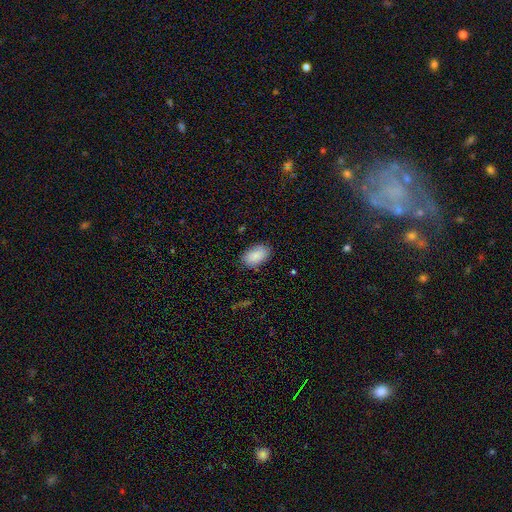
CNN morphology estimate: This appears to be a smooth galaxy with no disk features (88%) that is in between round and cigar-shaped (92%). Merging: none (84%).